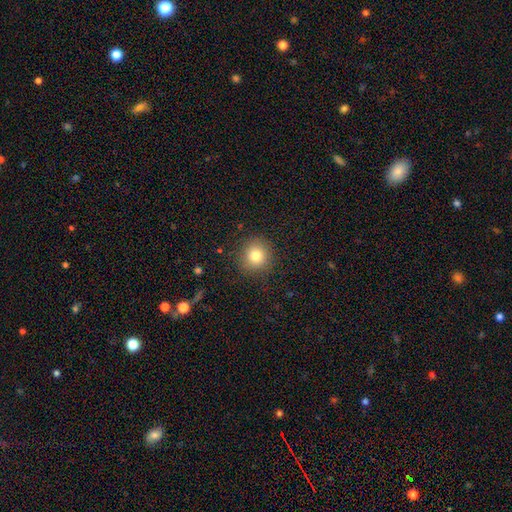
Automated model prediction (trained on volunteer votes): This is likely a smooth galaxy (80%). How rounded: clearly round (91%). Merging: clearly none (88%).